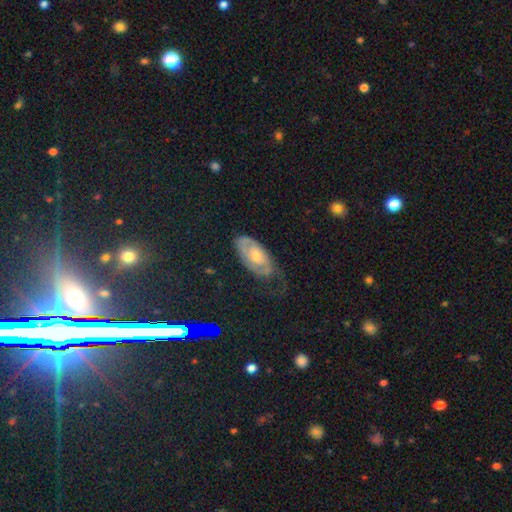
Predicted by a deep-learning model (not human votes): smooth-or-featured: featured or disk: 60% | smooth: 28% | star or artifact: 12%
  disk-edge-on: no: 90% | yes: 10%
    bar: no: 74% | weak: 21% | strong: 4%
    has-spiral-arms: yes: 75% | no: 25%
    bulge-size: moderate: 57% | small: 35% | large: 5% | none: 2% | dominant: 1%
  merging: none: 51% | minor disturbance: 31% | major disturbance: 16% | merger: 2%